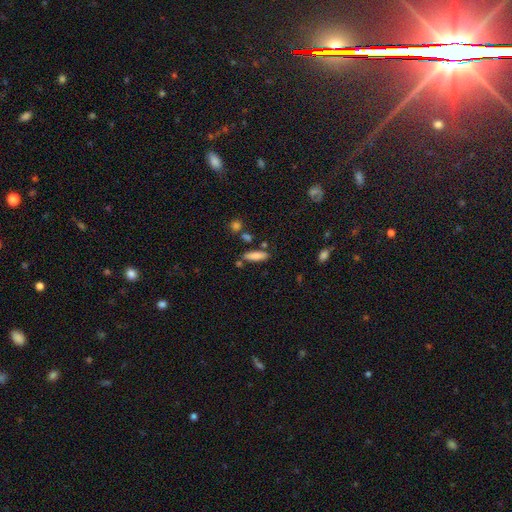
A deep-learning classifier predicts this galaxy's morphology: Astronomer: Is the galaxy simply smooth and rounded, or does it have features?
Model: smooth — 82%.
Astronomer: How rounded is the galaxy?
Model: cigar-shaped — 53% (runner-up: in between, 46%).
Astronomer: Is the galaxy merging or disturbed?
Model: none — 77%.